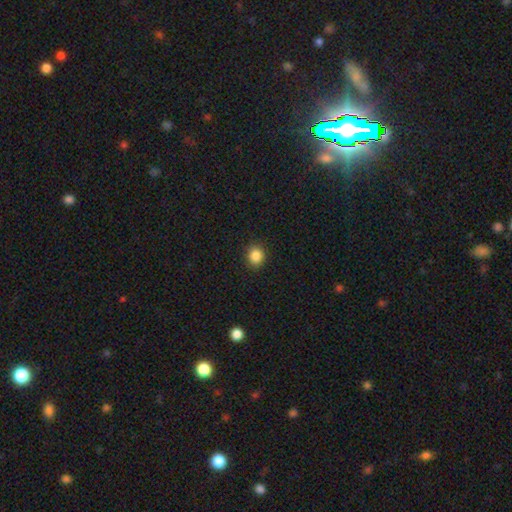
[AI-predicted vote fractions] Q: Smooth or featured?
A: smooth (86%); runner-up: star or artifact (10%)
Q: How rounded?
A: round (77%); runner-up: in between (22%)
Q: Merging?
A: none (90%); runner-up: minor disturbance (7%)